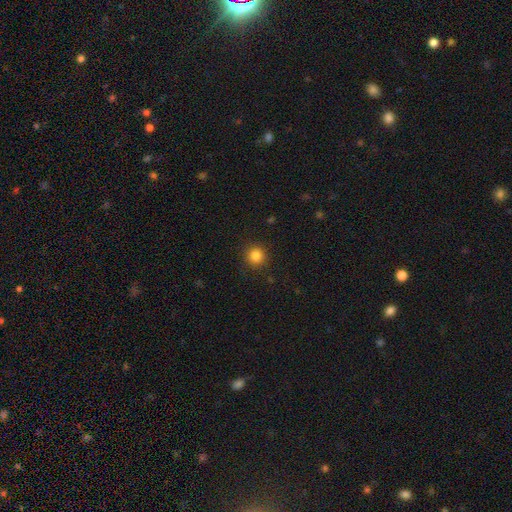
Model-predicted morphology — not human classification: smooth 84%, star or artifact 12%, featured or disk 4%. Down the decision tree: how rounded — round (93%); merging — none (90%).